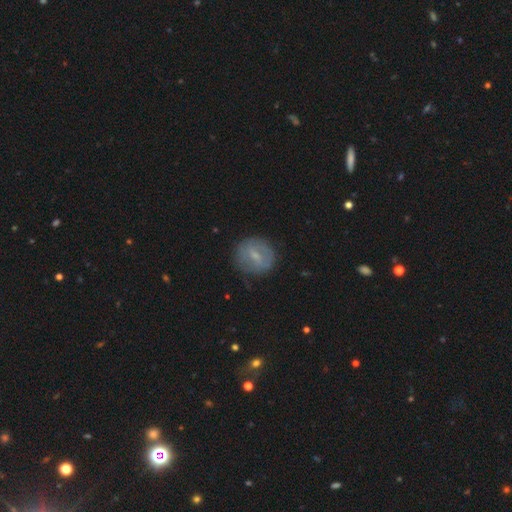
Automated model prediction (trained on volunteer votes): Smooth or featured? Predicted: featured or disk (p=0.46). Merging? Predicted: none (p=0.78).